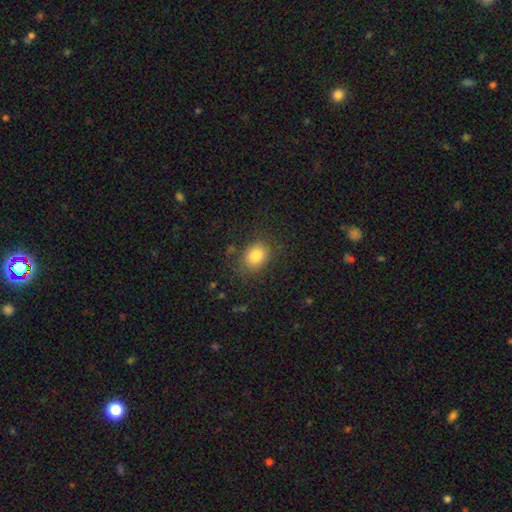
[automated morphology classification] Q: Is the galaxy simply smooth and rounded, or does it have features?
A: smooth — 82%.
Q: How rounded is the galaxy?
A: in between — 52%.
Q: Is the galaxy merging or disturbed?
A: none — 78%.